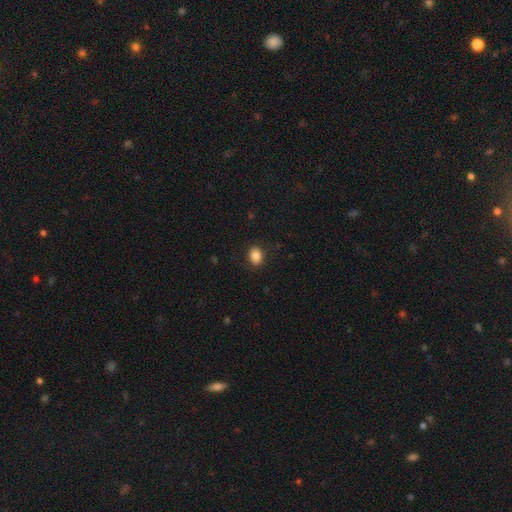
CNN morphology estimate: type=smooth (86%); roundness=in between (65%); merging=none (88%).